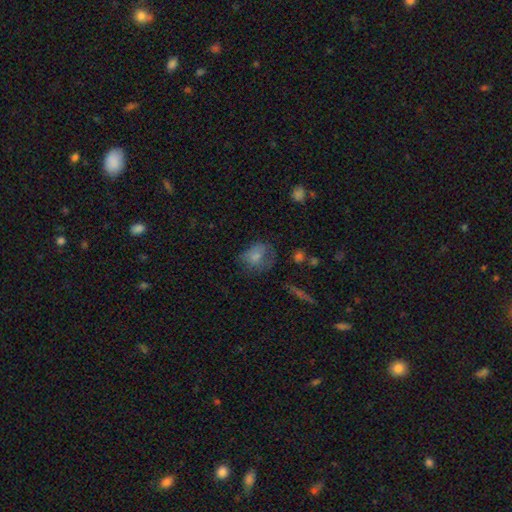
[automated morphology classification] type=smooth (69%); roundness=in between (50%); merging=none (43%).